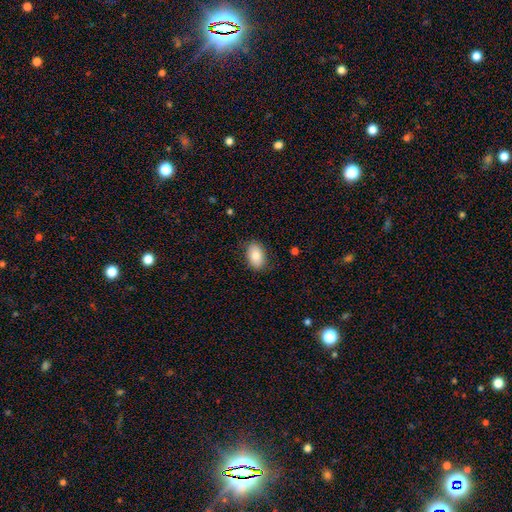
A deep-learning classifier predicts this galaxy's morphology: Q: Smooth or featured?
A: smooth (83%); runner-up: featured or disk (10%)
Q: How rounded?
A: in between (89%); runner-up: round (9%)
Q: Merging?
A: none (82%); runner-up: minor disturbance (14%)